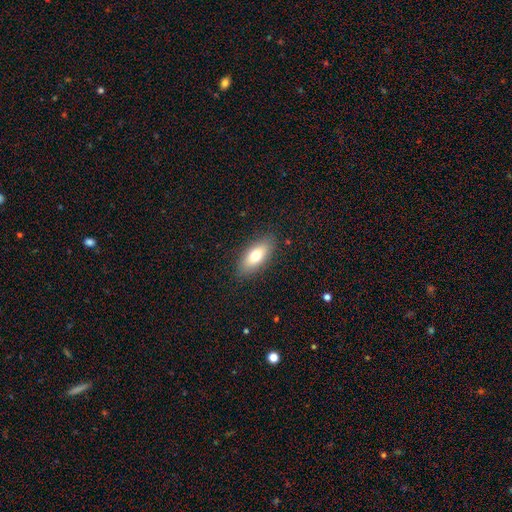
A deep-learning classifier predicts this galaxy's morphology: Overall: smooth (73%). How rounded: in between (81%). Merging: none (86%).